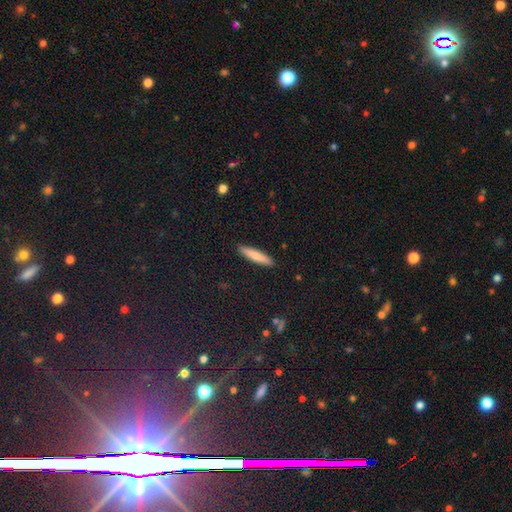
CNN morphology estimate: Smooth or featured? smooth (78%)
How rounded? cigar-shaped (87%)
Merging? none (91%)